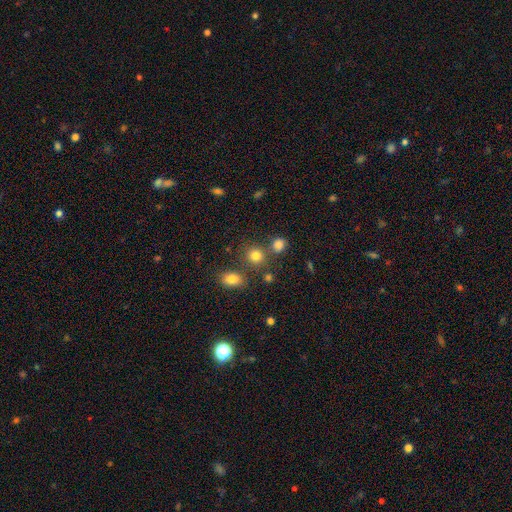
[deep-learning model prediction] Morphology: type=smooth (80%); roundness=round (80%); merging=none (72%).